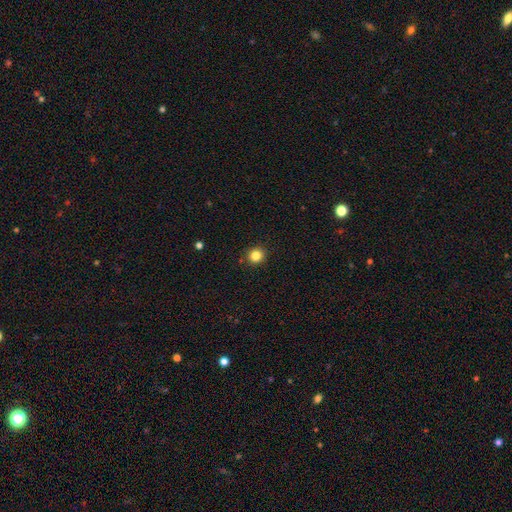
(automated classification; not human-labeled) Q: Smooth or featured?
A: smooth (84%); runner-up: star or artifact (12%)
Q: How rounded?
A: round (87%); runner-up: in between (12%)
Q: Merging?
A: none (91%); runner-up: minor disturbance (6%)